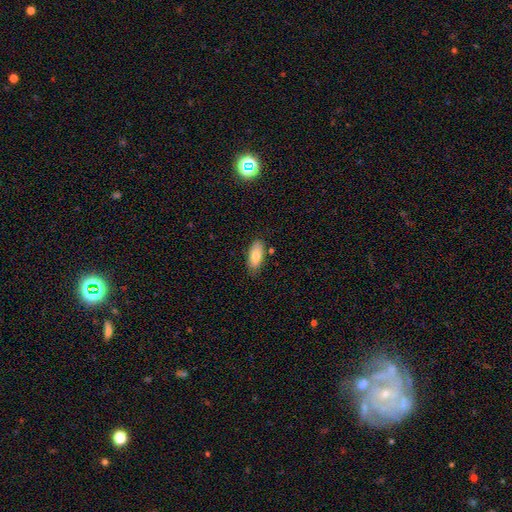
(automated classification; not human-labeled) smooth_or_featured: smooth (p=0.80) [alt: featured or disk p=0.13]
how_rounded: in between (p=0.87) [alt: cigar-shaped p=0.11]
merging: none (p=0.81) [alt: minor disturbance p=0.14]